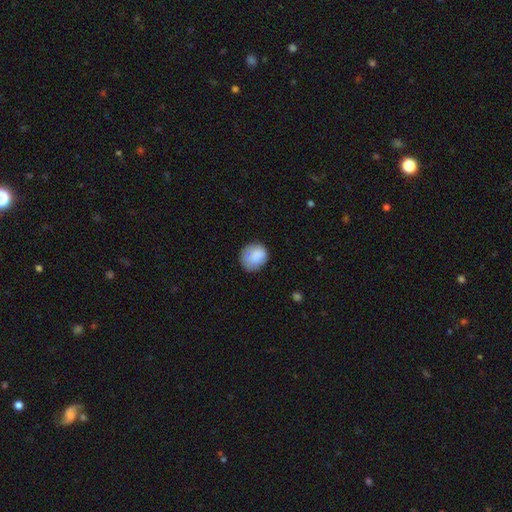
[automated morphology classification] This appears to be a smooth galaxy with no disk features (80%) that is round (72%). Merging: none (70%).